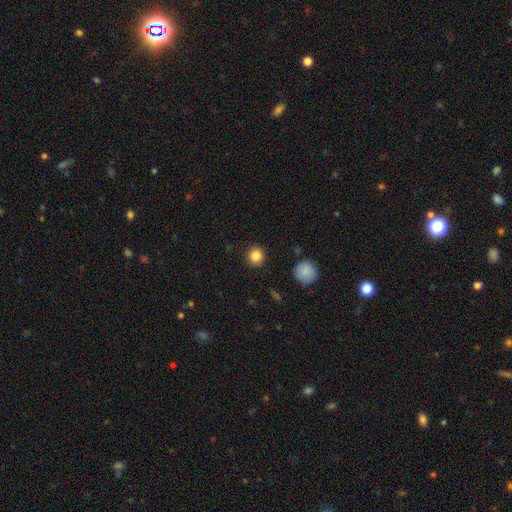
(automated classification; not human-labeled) smooth 85%, star or artifact 10%, featured or disk 4%. Down the decision tree: how rounded — round (92%); merging — none (91%).